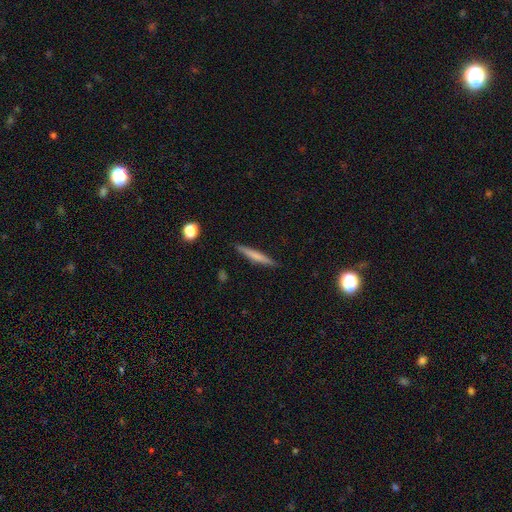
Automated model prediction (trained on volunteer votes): The model was most divided on "smooth or featured": smooth: 62%, featured or disk: 31%, star or artifact: 6%. More confident: how rounded — cigar-shaped (95%); merging — none (90%).